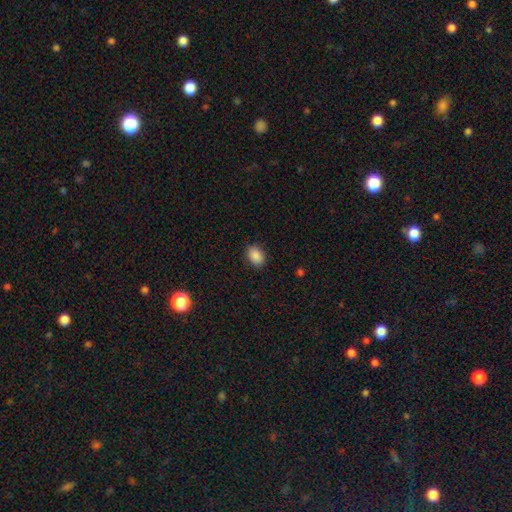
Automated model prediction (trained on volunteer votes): The model was most divided on "how rounded": in between: 77%, round: 22%, cigar-shaped: 1%. More confident: smooth or featured — smooth (89%); merging — none (88%).